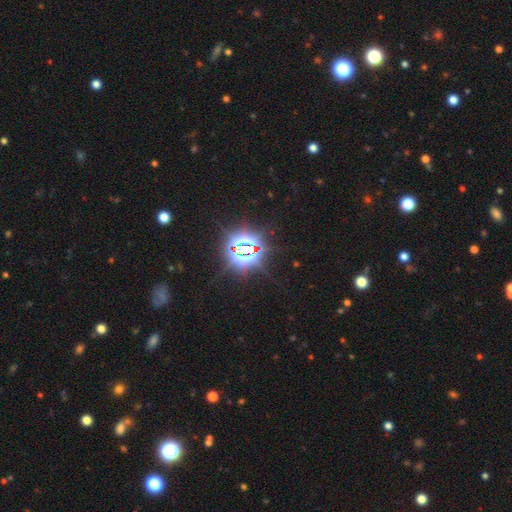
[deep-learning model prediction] The model was most divided on "smooth or featured": star or artifact: 79%, smooth: 15%, featured or disk: 6%.